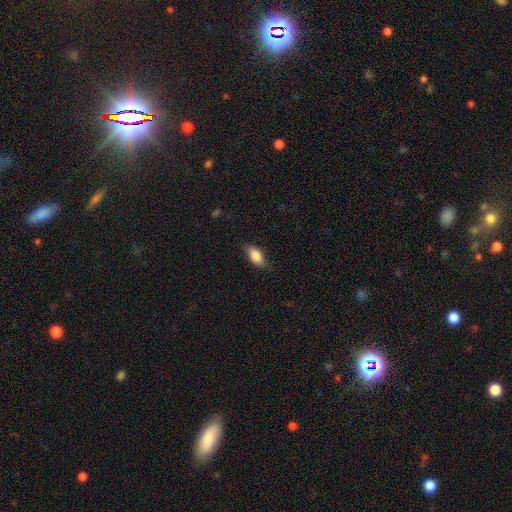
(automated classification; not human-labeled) A smooth galaxy with no disk features (84%) that is in between round and cigar-shaped (88%).

Vote fractions:
- Smooth or featured? smooth: 84% / featured or disk: 10% / star or artifact: 7%
- How rounded? in between: 88% / cigar-shaped: 8% / round: 4%
- Merging? none: 78% / minor disturbance: 17% / major disturbance: 4% / merger: 1%